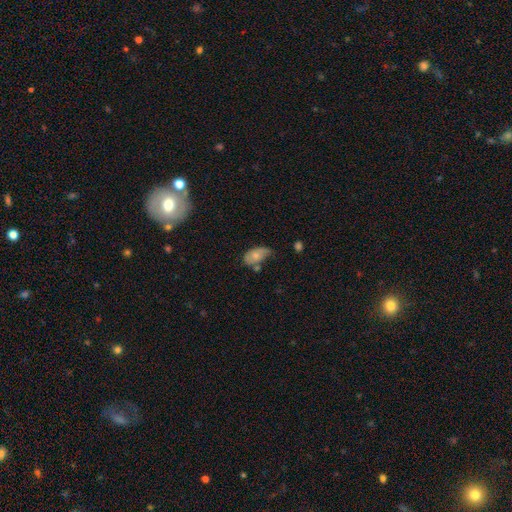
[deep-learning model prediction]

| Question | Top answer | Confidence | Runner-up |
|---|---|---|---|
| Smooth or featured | smooth | 66% | featured or disk (27%) |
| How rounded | in between | 91% | round (6%) |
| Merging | none | 38% | tied: minor disturbance (38%) |